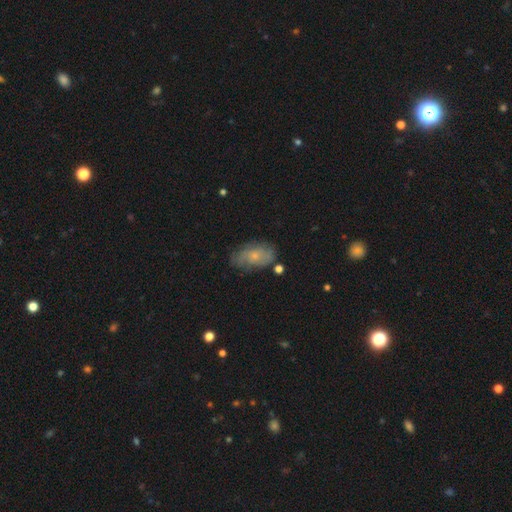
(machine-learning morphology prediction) Q: Smooth or featured?
A: smooth (51%); runner-up: featured or disk (41%)
Q: How rounded?
A: in between (89%); runner-up: round (8%)
Q: Merging?
A: none (60%); runner-up: minor disturbance (27%)